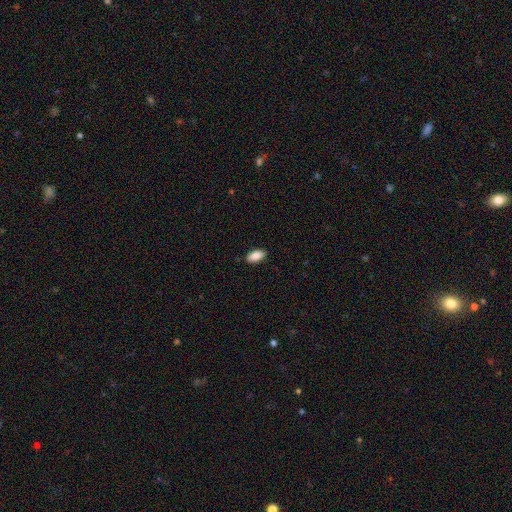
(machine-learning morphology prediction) smooth-or-featured: smooth: 88% | star or artifact: 7% | featured or disk: 6%
  how-rounded: in between: 93% | cigar-shaped: 5% | round: 3%
  merging: none: 89% | minor disturbance: 9% | major disturbance: 2% | merger: 1%